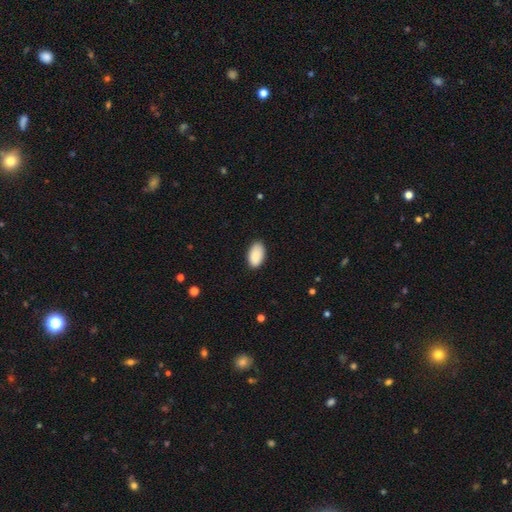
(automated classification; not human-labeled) Morphology: type=smooth (89%); roundness=in between (95%); merging=none (86%).